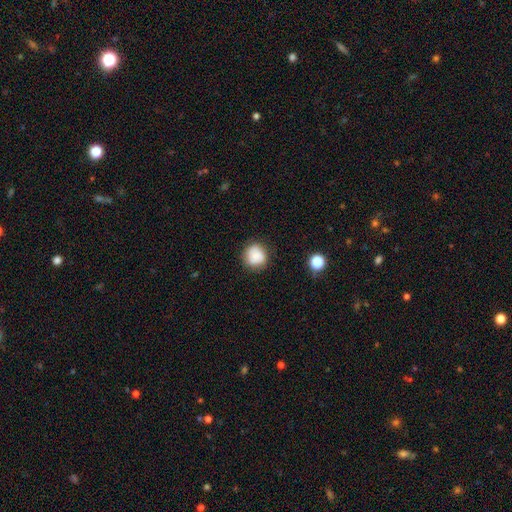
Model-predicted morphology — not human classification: The model was most divided on "merging": none: 79%, minor disturbance: 15%, major disturbance: 4%, merger: 2%. More confident: how rounded — round (85%); smooth or featured — smooth (84%).